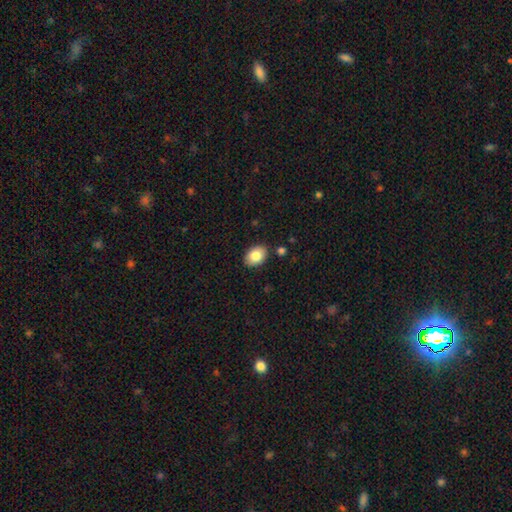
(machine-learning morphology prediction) A smooth galaxy with no disk features (84%) that is in between round and cigar-shaped (78%).

Vote fractions:
- Smooth or featured? smooth: 84% / featured or disk: 8% / star or artifact: 7%
- How rounded? in between: 78% / round: 21% / cigar-shaped: 1%
- Merging? none: 86% / minor disturbance: 10% / merger: 2% / major disturbance: 2%